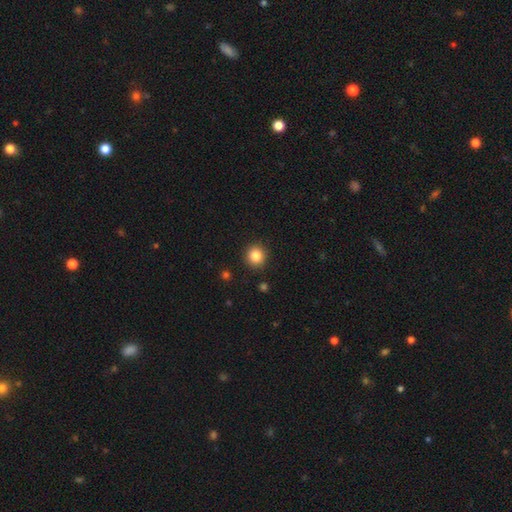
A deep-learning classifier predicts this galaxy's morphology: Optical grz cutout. It shows a smooth galaxy with no disk features (85%) that is round (92%). Merging: none (91%).